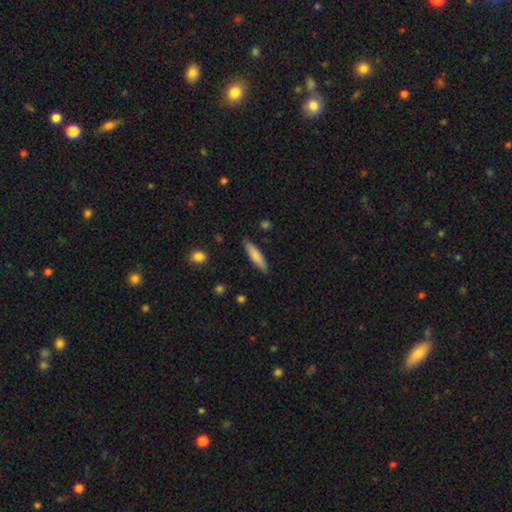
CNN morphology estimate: smooth 81%, featured or disk 14%, star or artifact 6%. Down the decision tree: how rounded — cigar-shaped (76%); merging — none (87%).